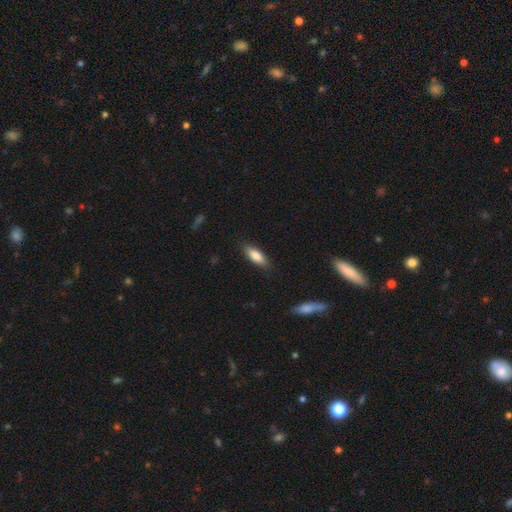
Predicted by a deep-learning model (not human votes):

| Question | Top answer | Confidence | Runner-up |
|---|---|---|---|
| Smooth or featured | smooth | 82% | featured or disk (11%) |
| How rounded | in between | 65% | cigar-shaped (34%) |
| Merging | none | 86% | minor disturbance (11%) |